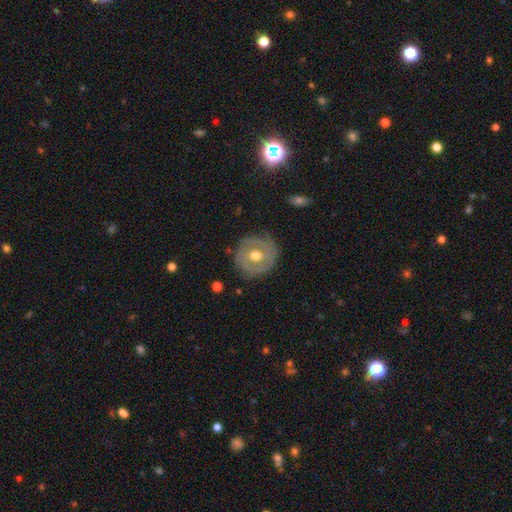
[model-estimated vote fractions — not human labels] Q: Smooth or featured?
A: featured or disk (73%); runner-up: smooth (21%)
Q: Edge-on disk?
A: no (96%); runner-up: yes (4%)
Q: Bar?
A: no (68%); runner-up: weak (26%)
Q: Spiral arms?
A: yes (75%); runner-up: no (25%)
Q: Spiral winding?
A: tight (66%); runner-up: medium (25%)
Q: Spiral arm count?
A: 2 (48%); runner-up: can't tell (26%)
Q: Bulge size?
A: moderate (81%); runner-up: small (10%)
Q: Merging?
A: none (80%); runner-up: minor disturbance (14%)